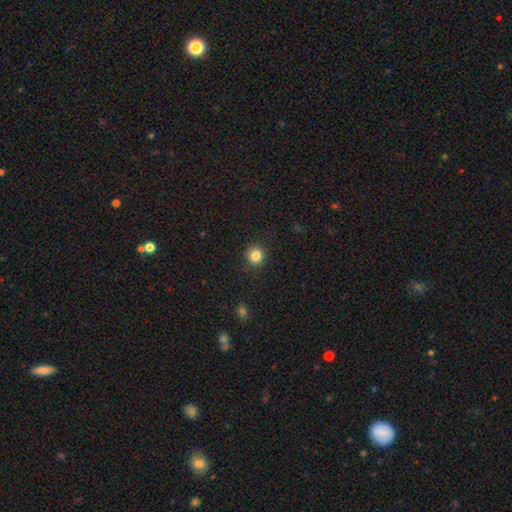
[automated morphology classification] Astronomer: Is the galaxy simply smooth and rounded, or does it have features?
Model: smooth — 84%.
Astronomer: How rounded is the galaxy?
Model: round — 91%.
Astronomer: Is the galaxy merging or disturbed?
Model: none — 91%.